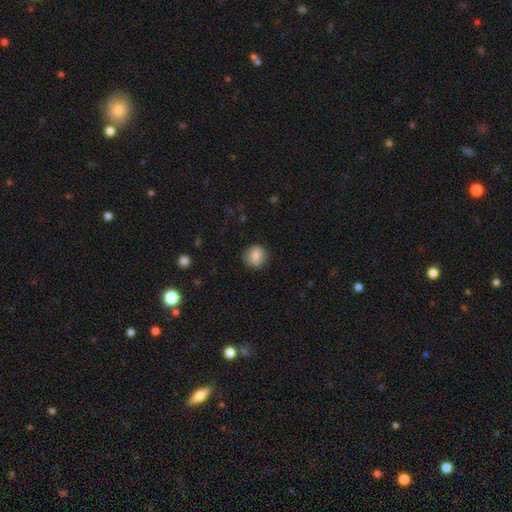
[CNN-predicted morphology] smooth-or-featured: smooth: 85% | star or artifact: 8% | featured or disk: 7%
  how-rounded: round: 85% | in between: 14% | cigar-shaped: 1%
  merging: none: 85% | minor disturbance: 11% | major disturbance: 3% | merger: 1%